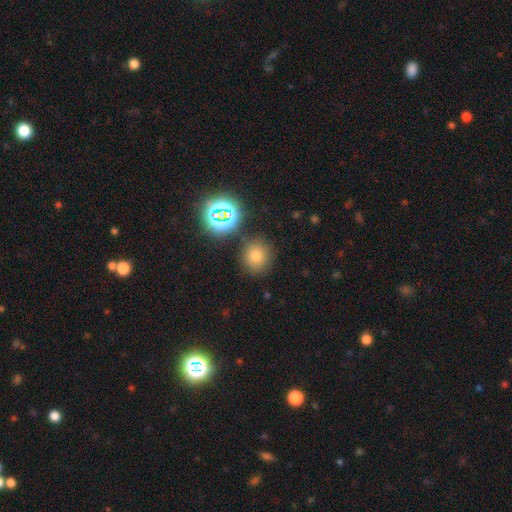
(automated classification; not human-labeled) Overall: smooth (66%). How rounded: round (82%). Merging: none (84%).